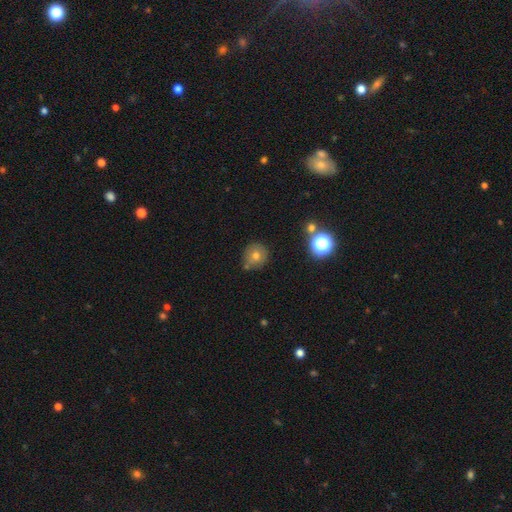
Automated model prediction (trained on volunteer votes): smooth_or_featured: smooth (p=0.70) [alt: featured or disk p=0.16]
how_rounded: round (p=0.90) [alt: in between p=0.09]
merging: none (p=0.75) [alt: minor disturbance p=0.13]